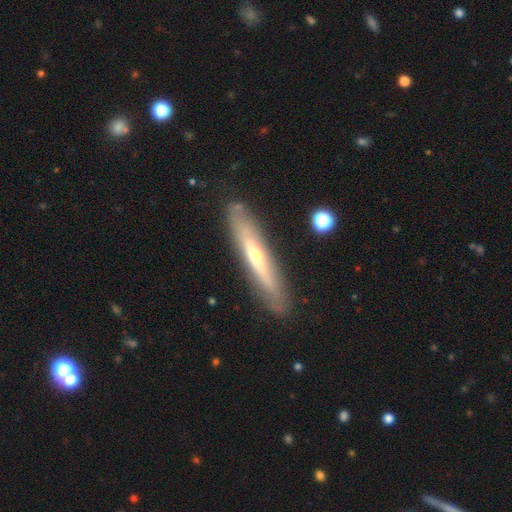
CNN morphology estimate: Q: Smooth or featured?
A: featured or disk (65%); runner-up: smooth (28%)
Q: Edge-on disk?
A: yes (76%); runner-up: no (24%)
Q: Merging?
A: none (84%); runner-up: minor disturbance (12%)